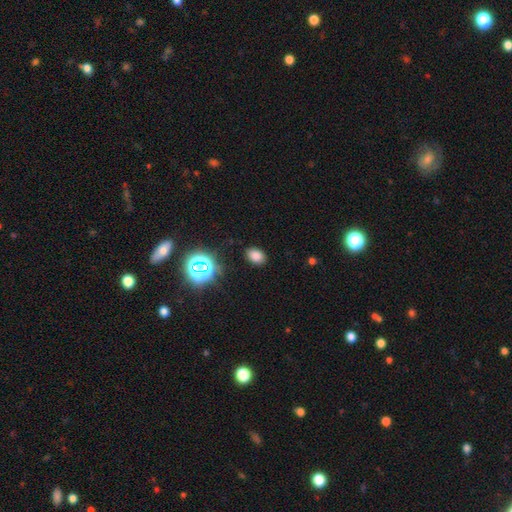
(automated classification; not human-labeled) This appears to be a smooth galaxy with no disk features (75%) that is in between round and cigar-shaped (78%). Merging: none (86%).